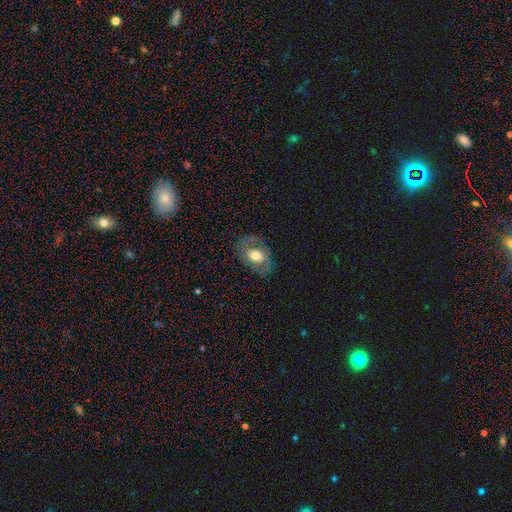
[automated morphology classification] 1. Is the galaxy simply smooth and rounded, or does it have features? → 46% smooth, 45% featured or disk, 8% star or artifact.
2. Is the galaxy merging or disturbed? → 71% none, 17% minor disturbance, 11% major disturbance, 1% merger.